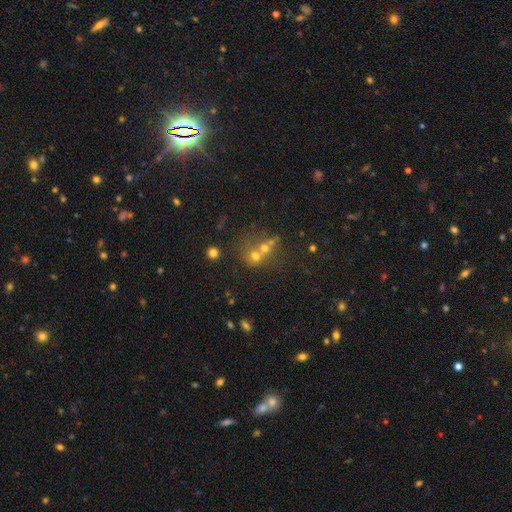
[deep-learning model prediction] A smooth galaxy with no disk features (54%) that is round (75%).

Vote fractions:
- Smooth or featured? smooth: 54% / star or artifact: 26% / featured or disk: 20%
- How rounded? round: 75% / in between: 23% / cigar-shaped: 2%
- Merging? merger: 53% / none: 35% / minor disturbance: 7% / major disturbance: 5%